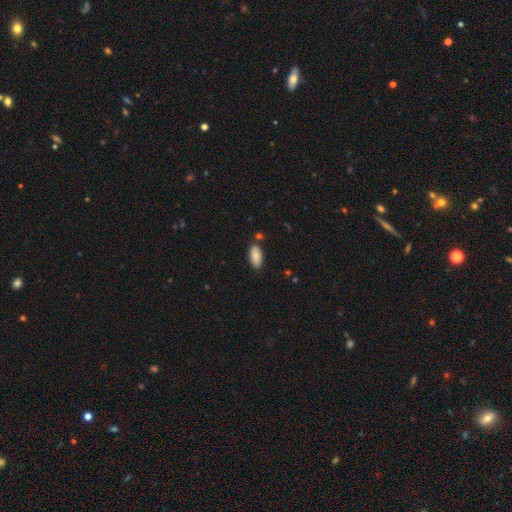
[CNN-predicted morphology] A smooth galaxy with no disk features (84%) that is in between round and cigar-shaped (92%). Merging: none (82%).